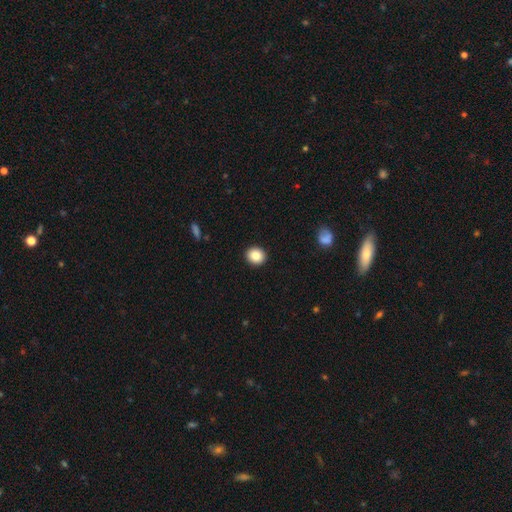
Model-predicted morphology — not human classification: This is clearly a smooth galaxy (85%). How rounded: clearly round (83%). Merging: clearly none (93%).